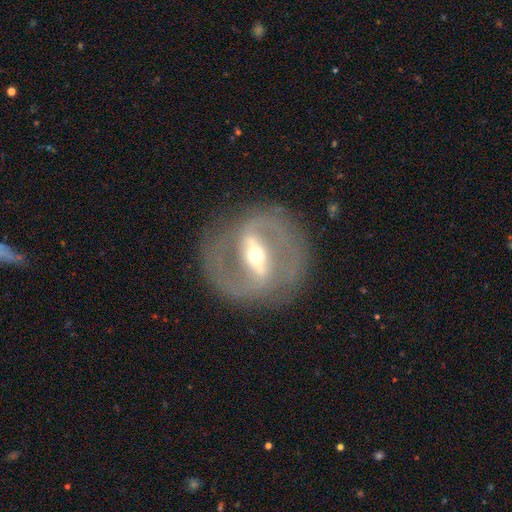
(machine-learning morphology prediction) A featured or disk galaxy (83%) with a strong bar (74%), spiral arms (53%) and a moderate central bulge (55%). Merging: none (79%).